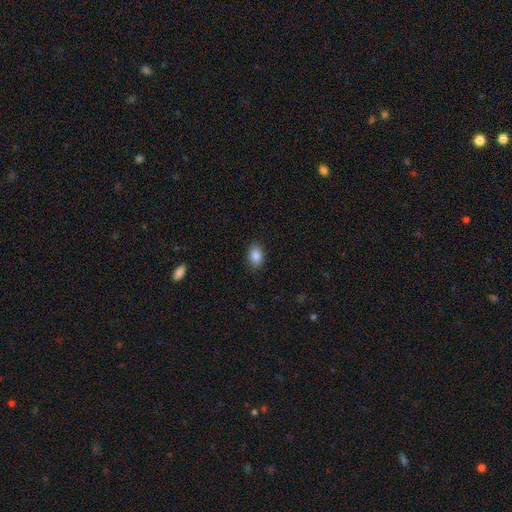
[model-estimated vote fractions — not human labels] smooth_or_featured: smooth (p=0.86) [alt: star or artifact p=0.08]
how_rounded: in between (p=0.83) [alt: round p=0.16]
merging: none (p=0.88) [alt: minor disturbance p=0.09]